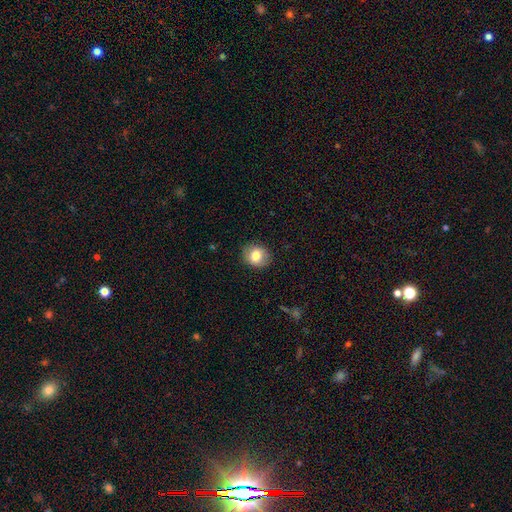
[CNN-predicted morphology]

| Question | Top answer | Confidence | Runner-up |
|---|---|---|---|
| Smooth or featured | smooth | 80% | featured or disk (11%) |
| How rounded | round | 75% | in between (24%) |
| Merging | none | 86% | minor disturbance (10%) |